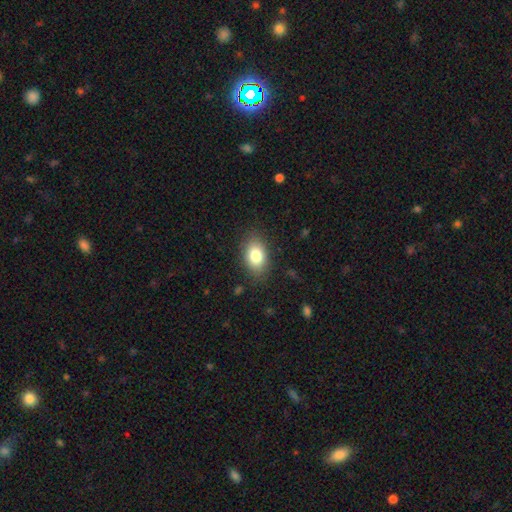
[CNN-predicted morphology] A smooth galaxy with no disk features (82%) that is in between round and cigar-shaped (85%). Merging: none (84%).